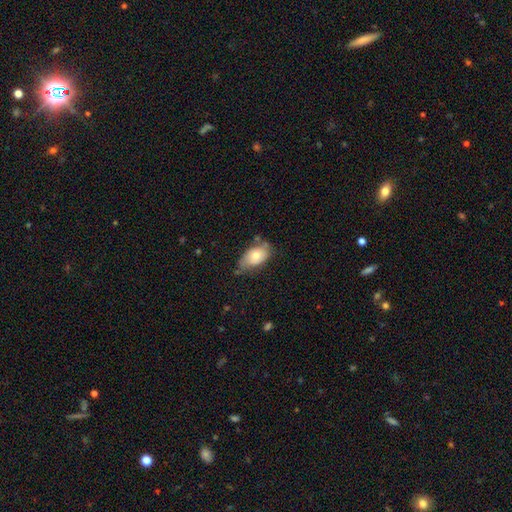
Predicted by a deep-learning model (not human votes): Smooth or featured? Predicted: smooth (p=0.71). How rounded? Predicted: in between (p=0.91). Merging? Predicted: none (p=0.52).